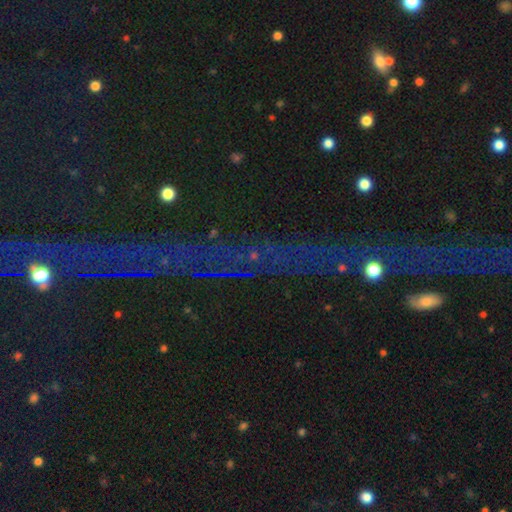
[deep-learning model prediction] A star or artifact, not a galaxy (78%).

Vote fractions:
- Smooth or featured? star or artifact: 78% / featured or disk: 12% / smooth: 11%